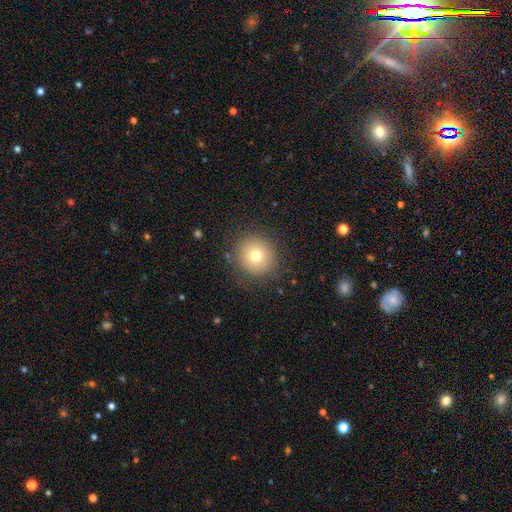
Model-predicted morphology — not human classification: smooth_or_featured: smooth (p=0.72) [alt: featured or disk p=0.14]
how_rounded: round (p=0.92) [alt: in between p=0.07]
merging: none (p=0.86) [alt: minor disturbance p=0.09]